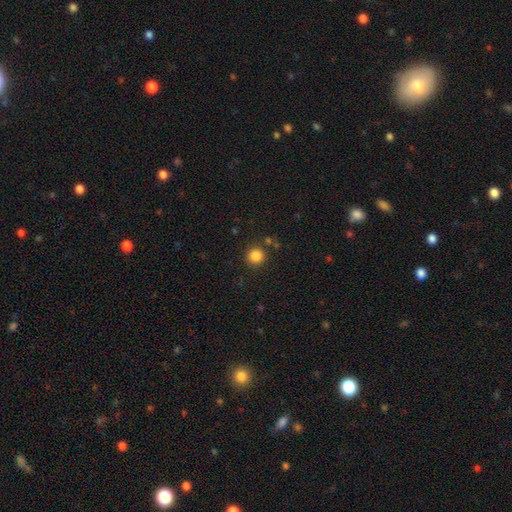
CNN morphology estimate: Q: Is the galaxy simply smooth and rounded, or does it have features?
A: smooth — 85%.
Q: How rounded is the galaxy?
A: round — 93%.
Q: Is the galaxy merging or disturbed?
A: none — 87%.